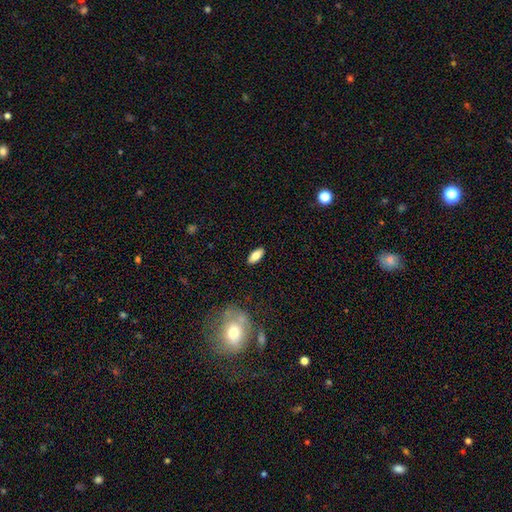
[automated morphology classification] type=smooth (80%); roundness=in between (86%); merging=none (88%).